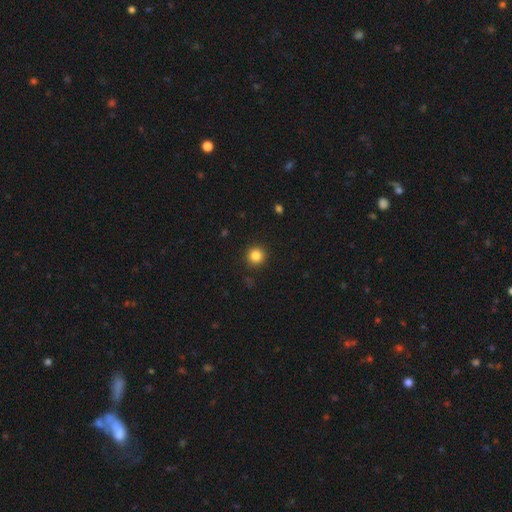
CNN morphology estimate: Smooth or featured? smooth (84%)
How rounded? round (95%)
Merging? none (92%)